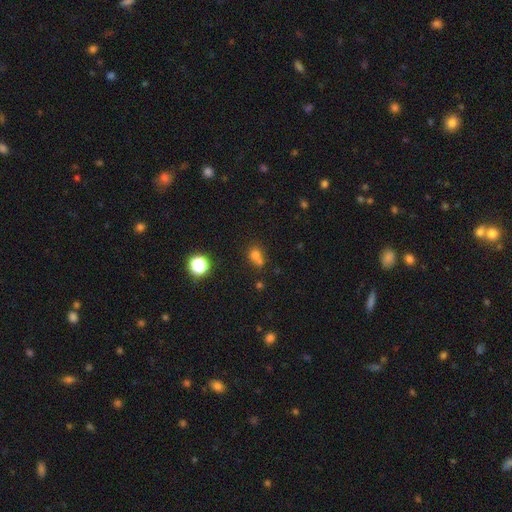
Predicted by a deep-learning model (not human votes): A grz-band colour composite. It shows a smooth galaxy with no disk features (68%) that is round (74%). Merging: merger (48%).